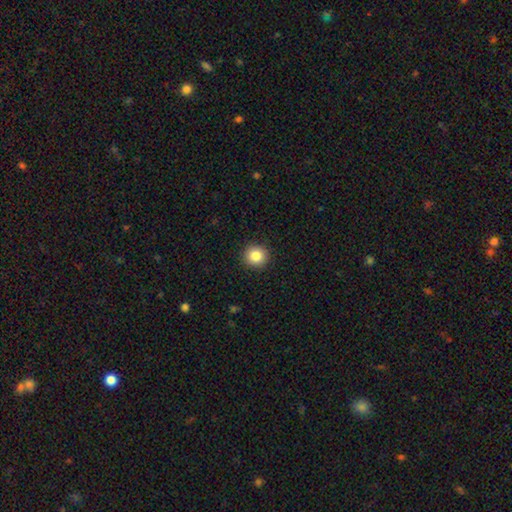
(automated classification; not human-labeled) A smooth galaxy with no disk features (85%) that is round (93%).

Vote fractions:
- Smooth or featured? smooth: 85% / star or artifact: 10% / featured or disk: 5%
- How rounded? round: 93% / in between: 6% / cigar-shaped: 1%
- Merging? none: 92% / minor disturbance: 5% / major disturbance: 2% / merger: 1%